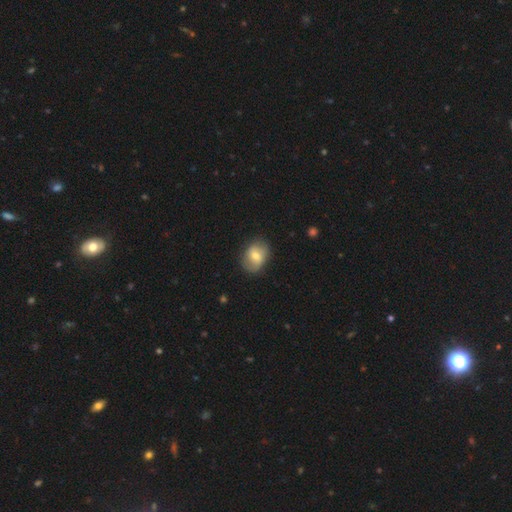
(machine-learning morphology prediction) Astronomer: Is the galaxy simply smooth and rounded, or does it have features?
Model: smooth — 59% (runner-up: featured or disk, 34%).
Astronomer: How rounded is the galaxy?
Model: in between — 64%.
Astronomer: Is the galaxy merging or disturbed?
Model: none — 77%.